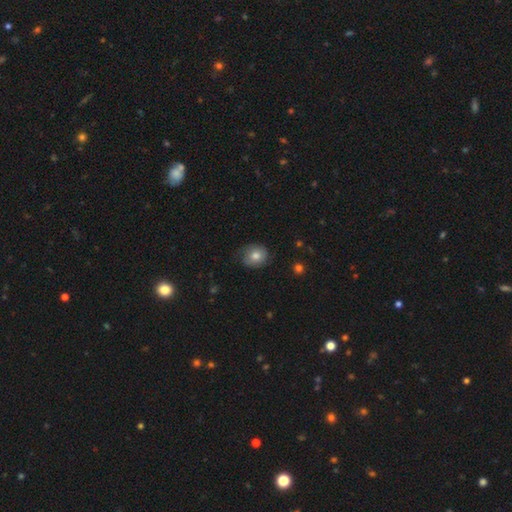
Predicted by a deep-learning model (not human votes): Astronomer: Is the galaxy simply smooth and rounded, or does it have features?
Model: smooth — 72%.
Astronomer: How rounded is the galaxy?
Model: round — 69%.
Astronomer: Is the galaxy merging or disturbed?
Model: none — 68%.